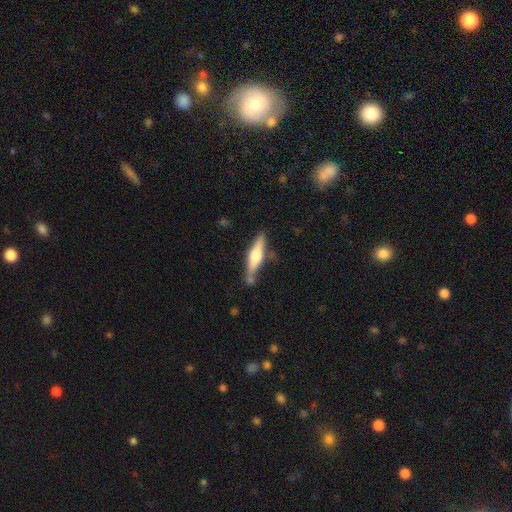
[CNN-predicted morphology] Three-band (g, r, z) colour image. It shows a featured or disk galaxy (54%) viewed edge-on (94%) with a rounded central bulge (86%). Merging: none (69%).